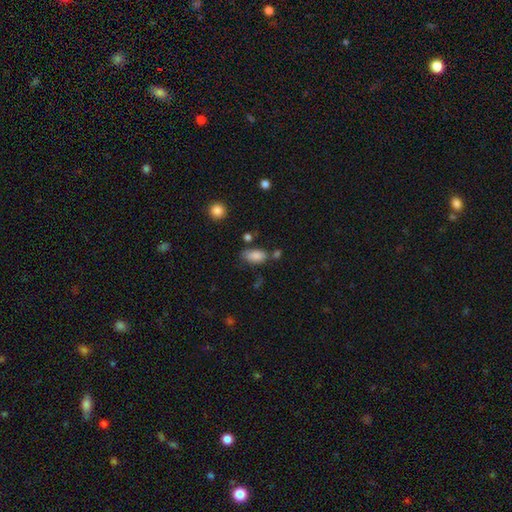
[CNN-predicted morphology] smooth_or_featured: smooth (p=0.85) [alt: star or artifact p=0.09]
how_rounded: in between (p=0.91) [alt: round p=0.05]
merging: none (p=0.56) [alt: minor disturbance p=0.24]